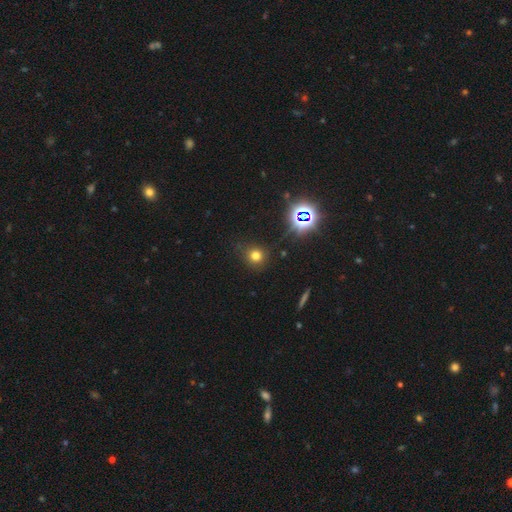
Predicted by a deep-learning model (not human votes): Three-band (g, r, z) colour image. It shows a smooth galaxy with no disk features (69%) that is round (89%). Merging: none (84%).